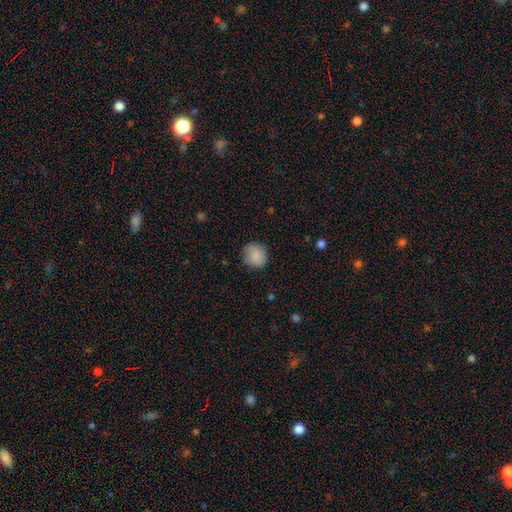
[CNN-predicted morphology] Smooth or featured?
  - smooth: 87% *
  - star or artifact: 7%
  - featured or disk: 6%
How rounded?
  - round: 87% *
  - in between: 12%
  - cigar-shaped: 1%
Merging?
  - none: 81% *
  - minor disturbance: 15%
  - major disturbance: 4%
  - merger: 1%